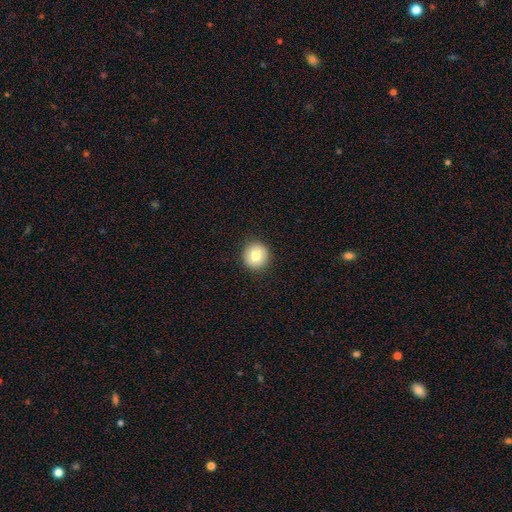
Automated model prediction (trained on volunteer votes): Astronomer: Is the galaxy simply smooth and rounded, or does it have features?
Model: smooth — 79%.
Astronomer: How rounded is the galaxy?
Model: round — 94%.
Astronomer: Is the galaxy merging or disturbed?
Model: none — 91%.